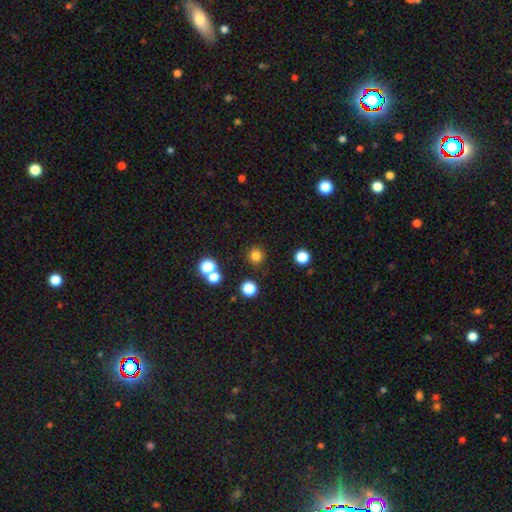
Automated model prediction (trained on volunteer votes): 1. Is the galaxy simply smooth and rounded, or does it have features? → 79% smooth, 16% star or artifact, 5% featured or disk.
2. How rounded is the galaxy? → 94% round, 5% in between, 1% cigar-shaped.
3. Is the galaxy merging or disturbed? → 87% none, 6% minor disturbance, 4% merger, 3% major disturbance.